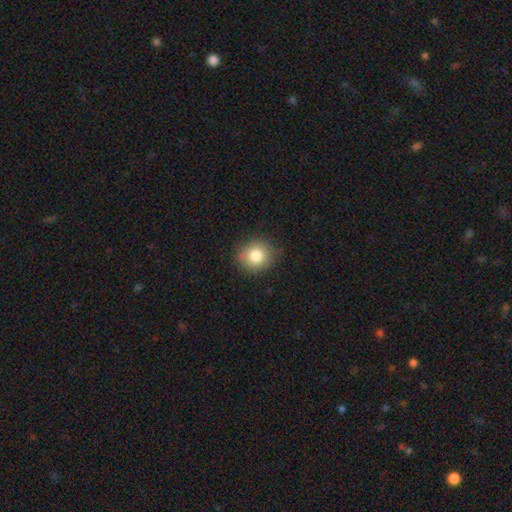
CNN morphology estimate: Smooth or featured? Predicted: smooth (p=0.82). How rounded? Predicted: round (p=0.83). Merging? Predicted: none (p=0.86).